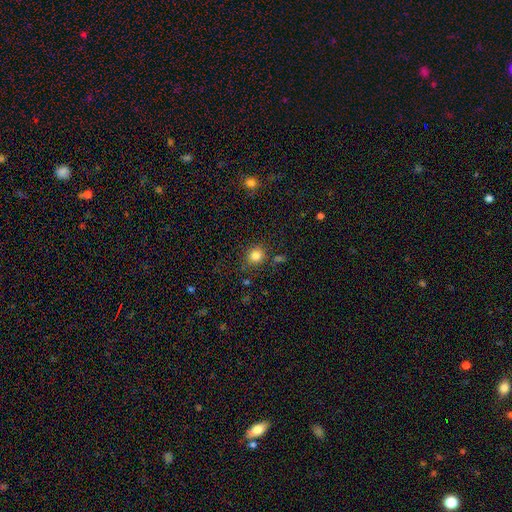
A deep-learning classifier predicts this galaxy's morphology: smooth_or_featured: smooth (p=0.82) [alt: star or artifact p=0.12]
how_rounded: round (p=0.82) [alt: in between p=0.17]
merging: none (p=0.80) [alt: minor disturbance p=0.11]